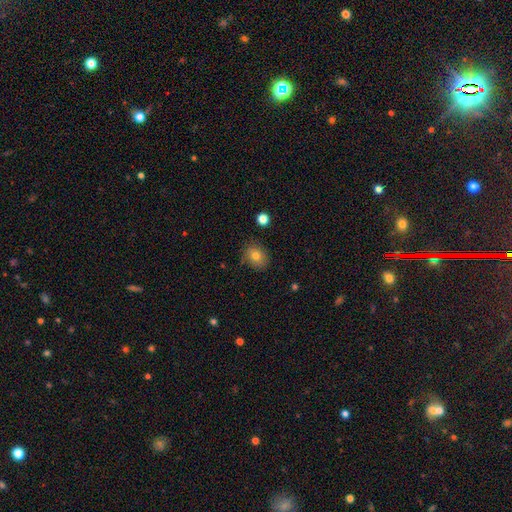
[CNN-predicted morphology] Q: Smooth or featured?
A: smooth (78%); runner-up: featured or disk (11%)
Q: How rounded?
A: round (61%); runner-up: in between (38%)
Q: Merging?
A: none (82%); runner-up: minor disturbance (13%)